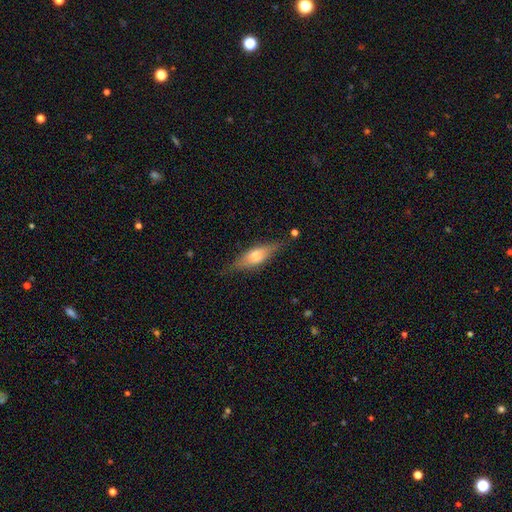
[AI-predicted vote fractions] smooth 53%, featured or disk 40%, star or artifact 7%. Down the decision tree: how rounded — in between (51%); merging — none (75%).